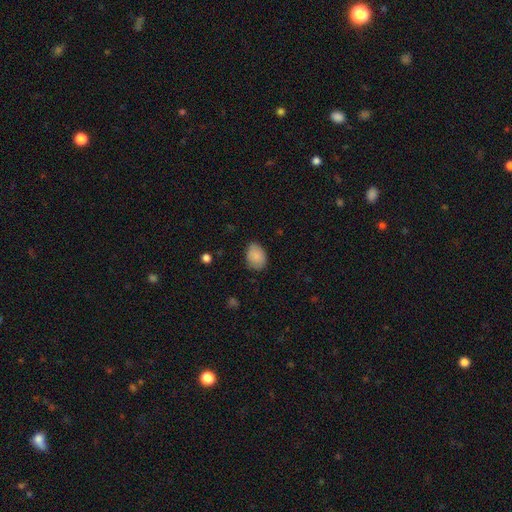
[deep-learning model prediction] This appears to be a smooth galaxy with no disk features (87%) that is in between round and cigar-shaped (70%). Merging: none (75%).